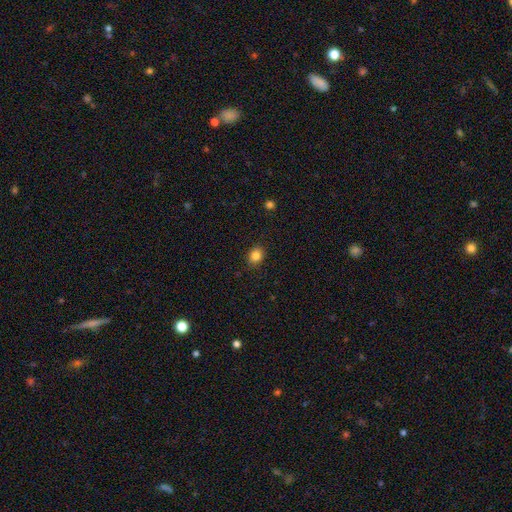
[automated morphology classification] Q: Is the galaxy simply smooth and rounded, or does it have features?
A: smooth — 84%.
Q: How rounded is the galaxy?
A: round — 56%.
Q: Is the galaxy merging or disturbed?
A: none — 88%.